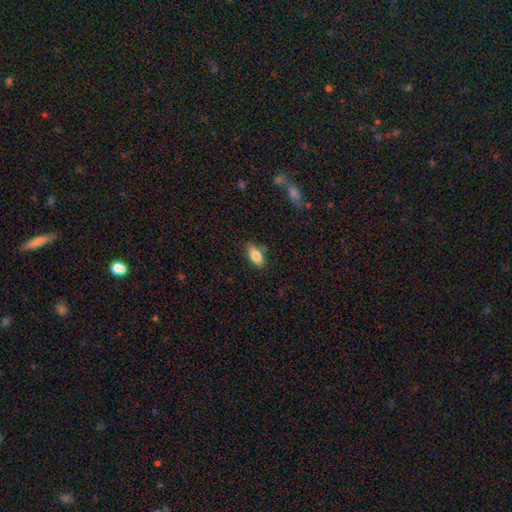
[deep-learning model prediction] This is clearly a smooth galaxy (83%). How rounded: clearly in between (88%). Merging: likely none (77%).